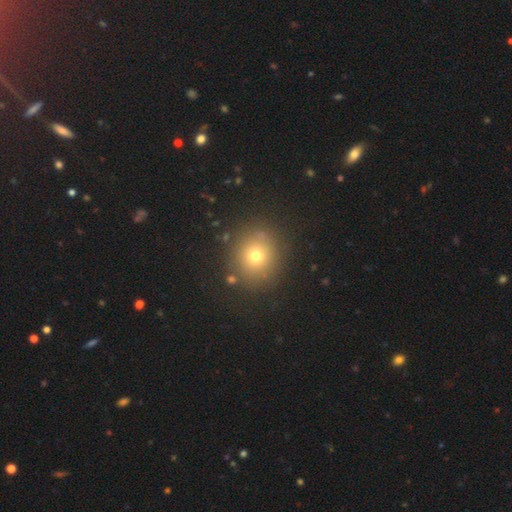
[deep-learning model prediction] smooth_or_featured: smooth (p=0.70) [alt: star or artifact p=0.19]
how_rounded: round (p=0.85) [alt: in between p=0.14]
merging: none (p=0.86) [alt: minor disturbance p=0.08]